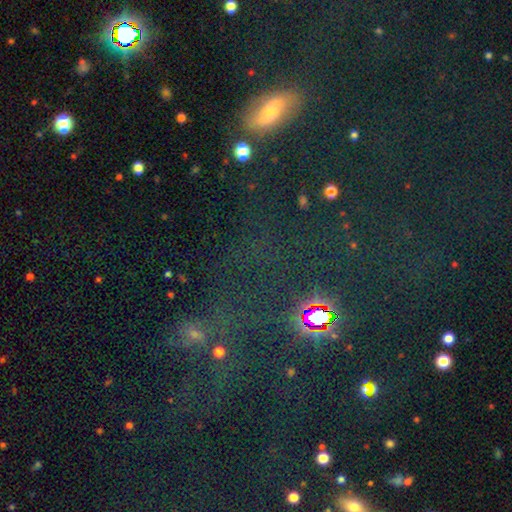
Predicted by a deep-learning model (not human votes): This appears to be a star or artifact, not a galaxy (54%).